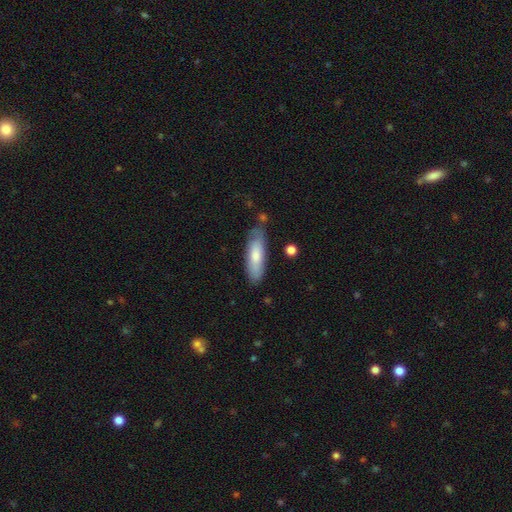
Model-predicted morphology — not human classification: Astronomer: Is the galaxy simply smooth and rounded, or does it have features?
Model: smooth — 70%.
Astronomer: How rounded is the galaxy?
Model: cigar-shaped — 51% (runner-up: in between, 47%).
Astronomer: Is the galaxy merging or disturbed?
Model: none — 73%.